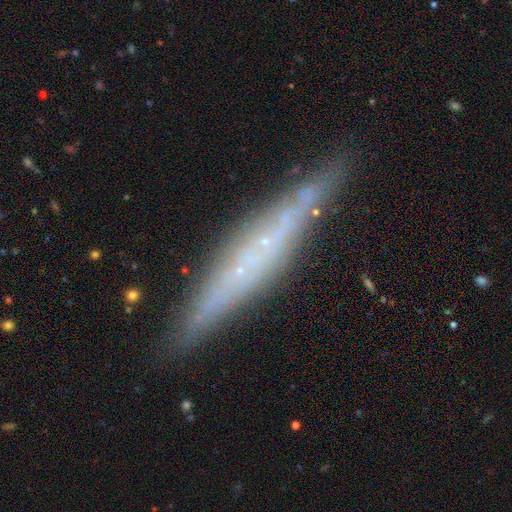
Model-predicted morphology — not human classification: A featured or disk galaxy (68%) viewed edge-on (88%) with no central bulge (71%).

Vote fractions:
- Smooth or featured? featured or disk: 68% / smooth: 23% / star or artifact: 9%
- Edge-on disk? yes: 88% / no: 12%
- Edge-on bulge? none: 71% / rounded: 20% / boxy: 8%
- Merging? none: 83% / minor disturbance: 12% / major disturbance: 3% / merger: 2%